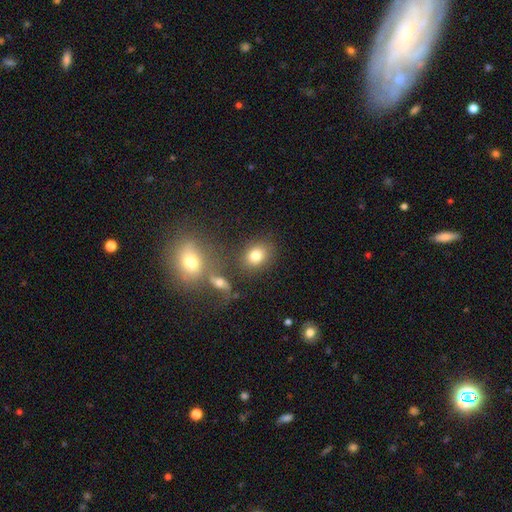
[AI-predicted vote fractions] Morphology: type=smooth (79%); roundness=in between (50%); merging=none (75%).